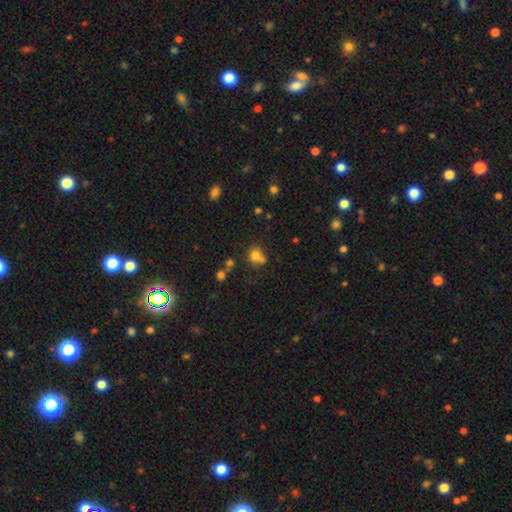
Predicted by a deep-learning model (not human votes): Q: Smooth or featured?
A: smooth (74%); runner-up: star or artifact (15%)
Q: How rounded?
A: round (78%); runner-up: in between (21%)
Q: Merging?
A: none (47%); runner-up: merger (35%)